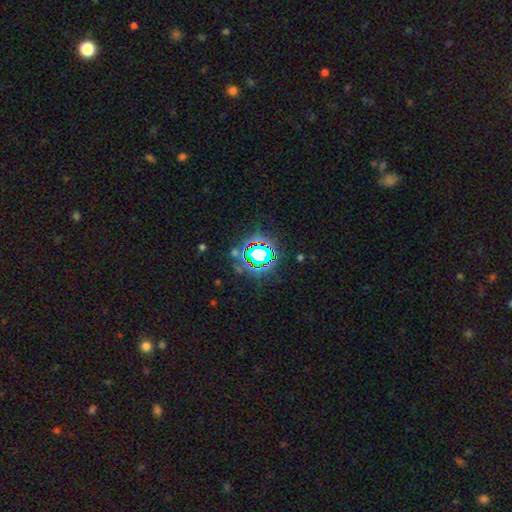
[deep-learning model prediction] A star or artifact, not a galaxy (69%).

Vote fractions:
- Smooth or featured? star or artifact: 69% / smooth: 18% / featured or disk: 13%